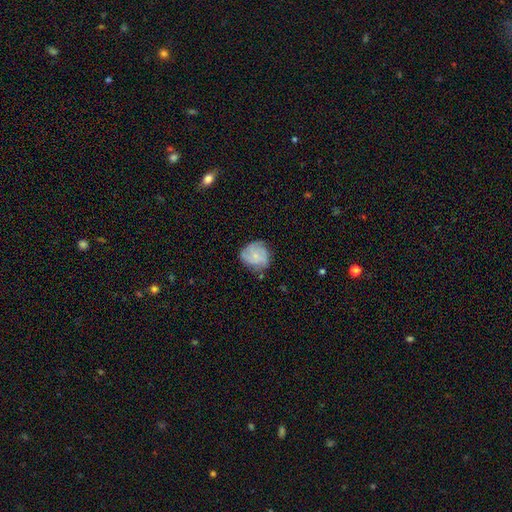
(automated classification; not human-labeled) A featured or disk galaxy (55%) with no bar (74%), spiral arms (87%) and a small central bulge (65%).

Vote fractions:
- Smooth or featured? featured or disk: 55% / smooth: 37% / star or artifact: 8%
- Edge-on disk? no: 98% / yes: 2%
- Bar? no: 74% / weak: 23% / strong: 3%
- Spiral arms? yes: 87% / no: 13%
- Bulge size? small: 65% / moderate: 17% / none: 16% / large: 1% / dominant: 1%
- Merging? none: 69% / minor disturbance: 23% / major disturbance: 7% / merger: 2%